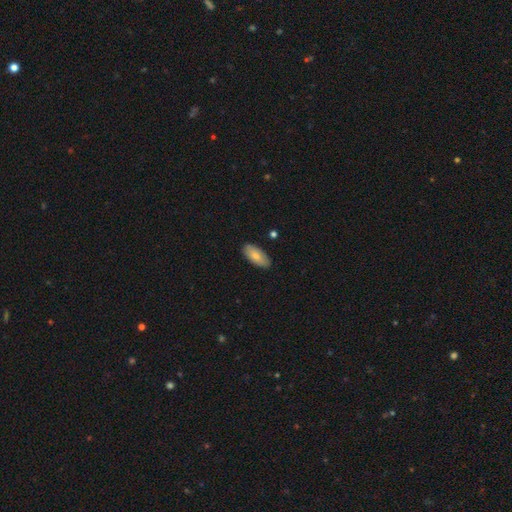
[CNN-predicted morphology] type=smooth (77%); roundness=in between (91%); merging=none (87%).